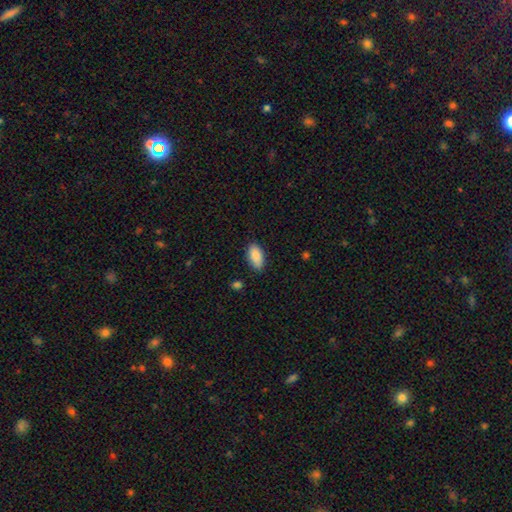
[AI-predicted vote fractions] Smooth or featured: smooth — 89% (star or artifact — 6%)
How rounded: in between — 92% (cigar-shaped — 5%)
Merging: none — 83% (minor disturbance — 13%)